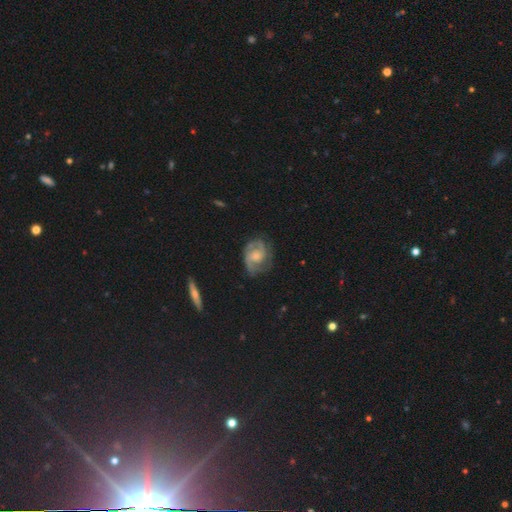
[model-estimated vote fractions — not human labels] Morphology: type=featured or disk (82%); edge-on=no (97%); bar=no (64%); spiral arms=yes (95%); winding=medium (45%); arm count=2 (58%); bulge=moderate (40%); merging=none (70%).